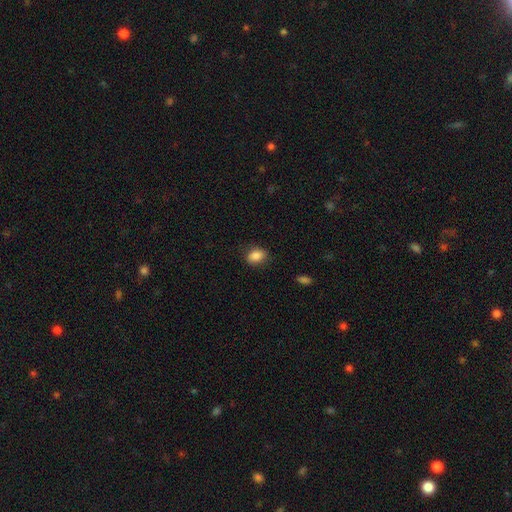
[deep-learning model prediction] Morphology: type=smooth (87%); roundness=in between (71%); merging=none (81%).